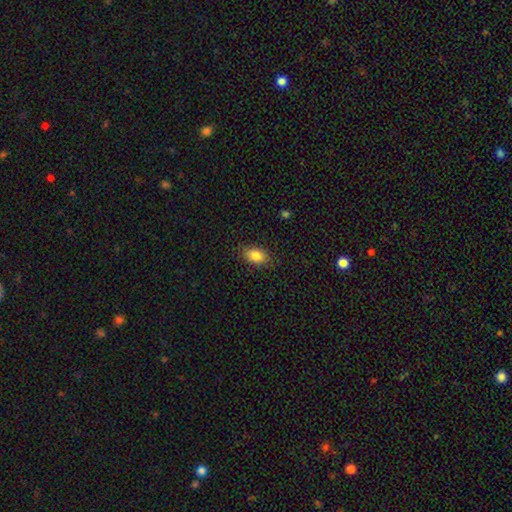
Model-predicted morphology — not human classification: This appears to be a smooth galaxy with no disk features (86%) that is in between round and cigar-shaped (86%). Merging: none (86%).